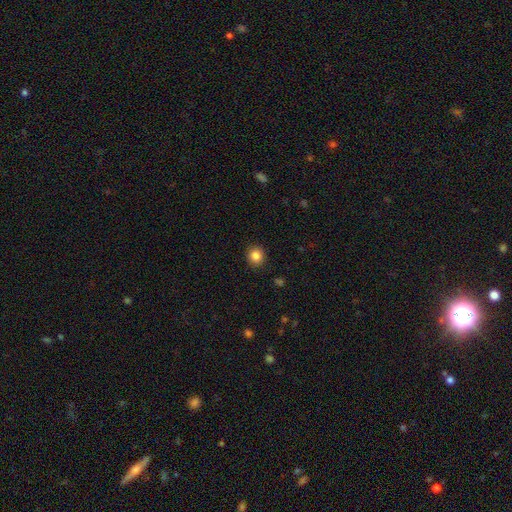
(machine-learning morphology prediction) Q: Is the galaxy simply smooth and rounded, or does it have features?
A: smooth — 85%.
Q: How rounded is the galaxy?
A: round — 88%.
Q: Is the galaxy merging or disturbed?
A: none — 90%.